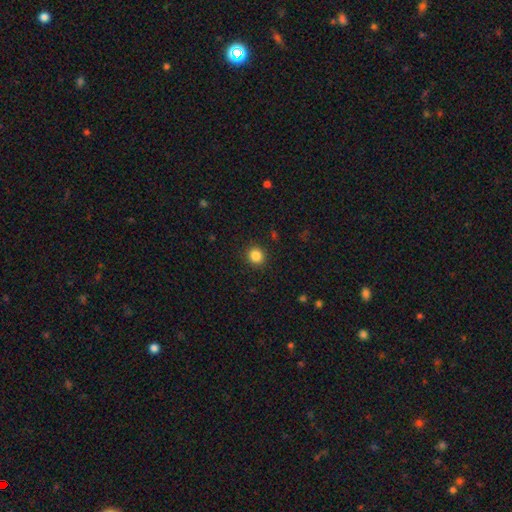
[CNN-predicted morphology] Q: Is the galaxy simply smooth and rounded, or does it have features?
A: smooth — 85%.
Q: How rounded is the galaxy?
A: round — 88%.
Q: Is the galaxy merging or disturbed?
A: none — 91%.